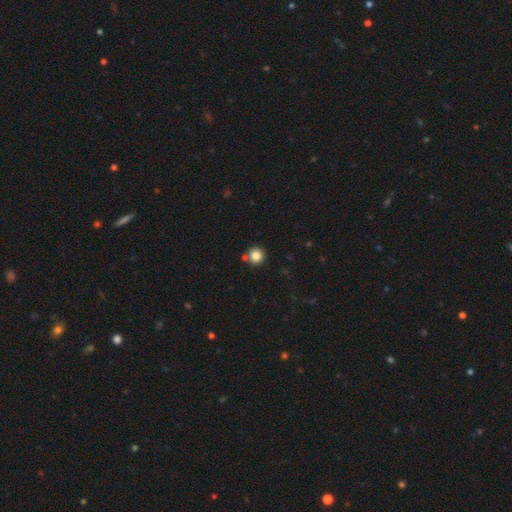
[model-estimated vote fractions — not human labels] Smooth or featured?
  - smooth: 83% *
  - star or artifact: 11%
  - featured or disk: 6%
How rounded?
  - round: 94% *
  - in between: 5%
  - cigar-shaped: 1%
Merging?
  - none: 78% *
  - merger: 12%
  - minor disturbance: 8%
  - major disturbance: 2%